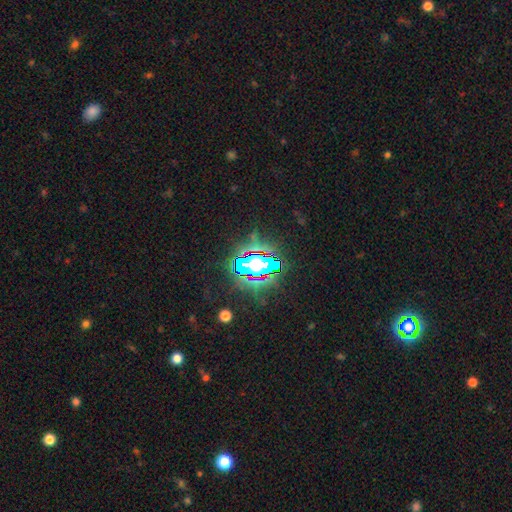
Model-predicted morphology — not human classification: Overall: star or artifact (80%).